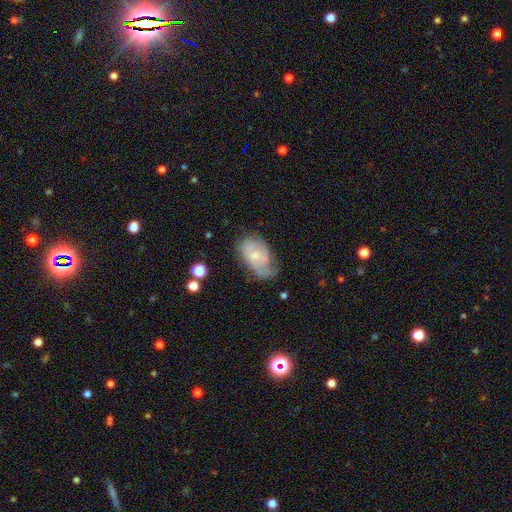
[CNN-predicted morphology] Smooth or featured?
  - featured or disk: 50% *
  - smooth: 43%
  - star or artifact: 7%
Merging?
  - none: 42% *
  - minor disturbance: 35%
  - major disturbance: 19%
  - merger: 4%